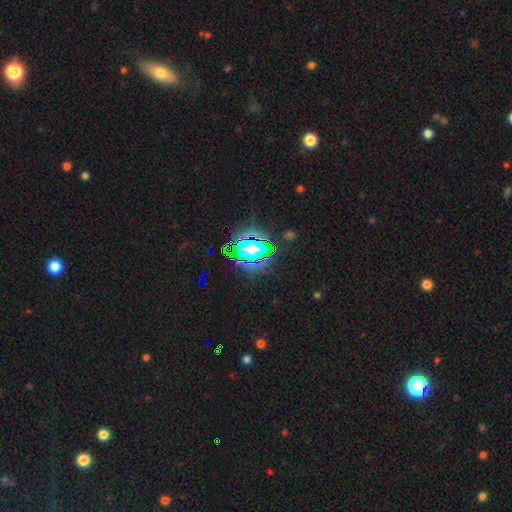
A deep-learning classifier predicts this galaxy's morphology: Q: Smooth or featured?
A: star or artifact (83%); runner-up: smooth (10%)